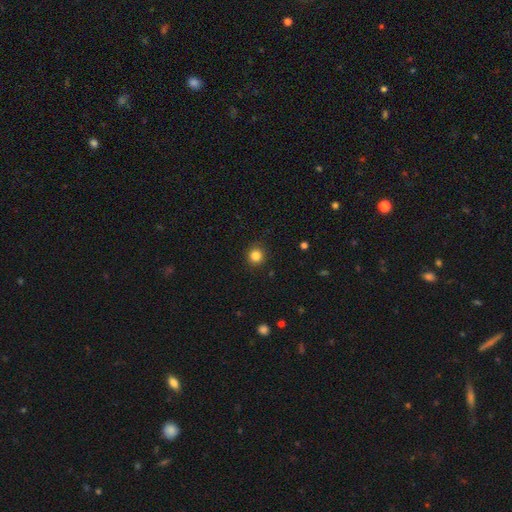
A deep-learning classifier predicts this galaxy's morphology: Smooth or featured?
  - smooth: 84% *
  - star or artifact: 12%
  - featured or disk: 4%
How rounded?
  - round: 93% *
  - in between: 6%
  - cigar-shaped: 1%
Merging?
  - none: 90% *
  - minor disturbance: 7%
  - major disturbance: 2%
  - merger: 1%